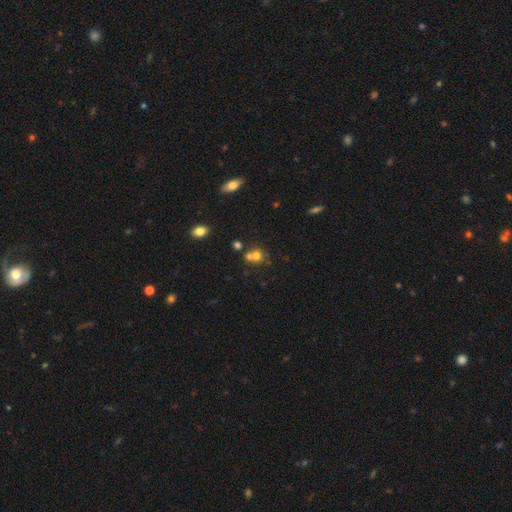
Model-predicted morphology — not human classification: Smooth or featured? smooth (66%)
How rounded? round (78%)
Merging? merger (48%)